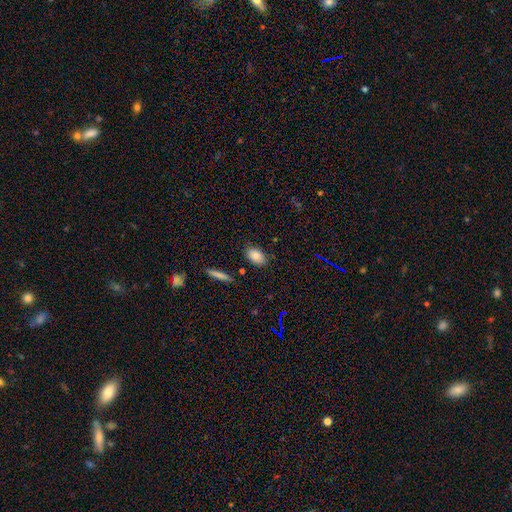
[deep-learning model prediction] A smooth galaxy with no disk features (84%) that is in between round and cigar-shaped (89%).

Vote fractions:
- Smooth or featured? smooth: 84% / star or artifact: 8% / featured or disk: 7%
- How rounded? in between: 89% / round: 8% / cigar-shaped: 3%
- Merging? none: 84% / minor disturbance: 11% / merger: 3% / major disturbance: 3%